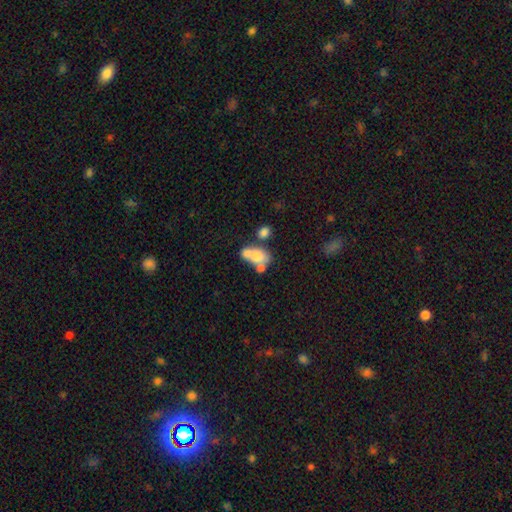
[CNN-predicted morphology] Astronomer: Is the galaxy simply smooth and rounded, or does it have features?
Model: smooth — 65%.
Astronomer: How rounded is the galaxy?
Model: in between — 78%.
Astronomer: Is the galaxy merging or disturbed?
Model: merger — 55%.